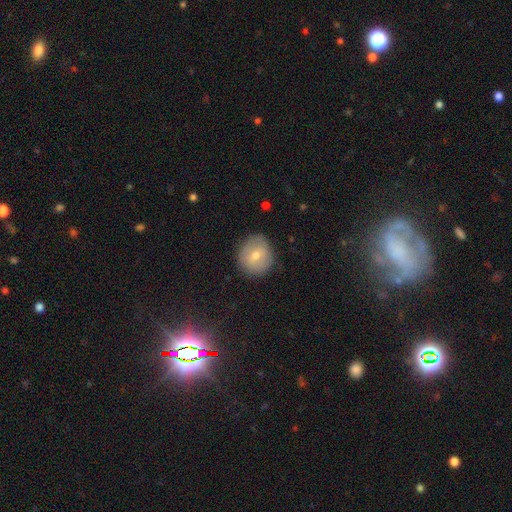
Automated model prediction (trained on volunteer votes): Smooth or featured? smooth (63%)
How rounded? round (83%)
Merging? none (82%)